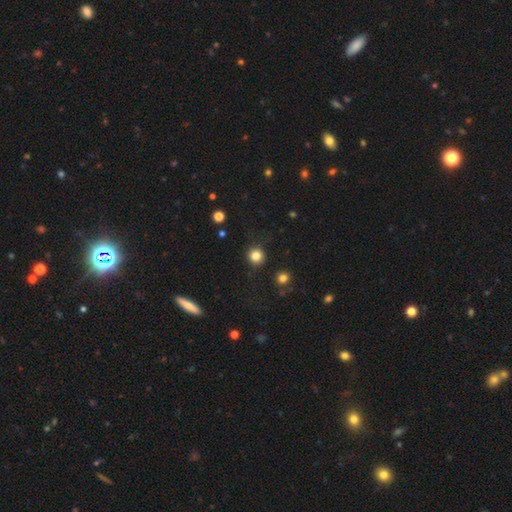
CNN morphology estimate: Smooth or featured?
  - smooth: 83% *
  - star or artifact: 12%
  - featured or disk: 5%
How rounded?
  - round: 93% *
  - in between: 6%
  - cigar-shaped: 1%
Merging?
  - none: 89% *
  - minor disturbance: 7%
  - major disturbance: 3%
  - merger: 2%